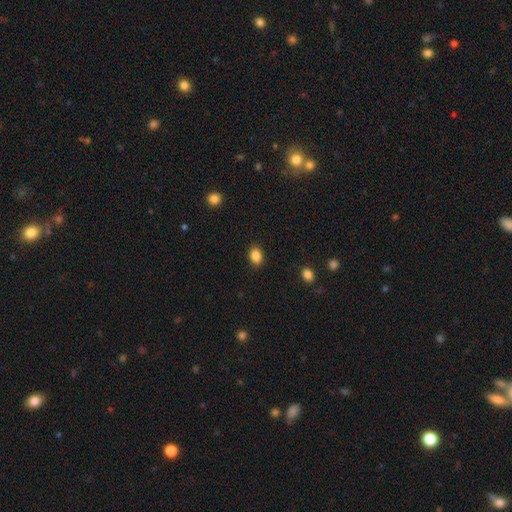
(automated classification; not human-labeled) Overall: smooth (87%). How rounded: in between (73%). Merging: none (87%).